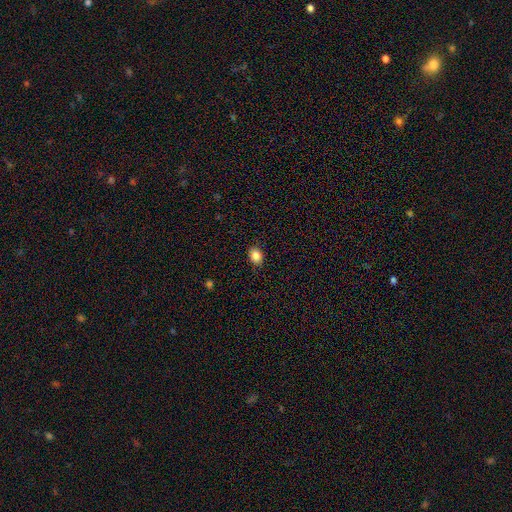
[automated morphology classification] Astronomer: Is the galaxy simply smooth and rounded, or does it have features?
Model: smooth — 86%.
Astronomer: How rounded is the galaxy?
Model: in between — 59% (runner-up: round, 40%).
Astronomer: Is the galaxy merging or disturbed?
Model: none — 88%.